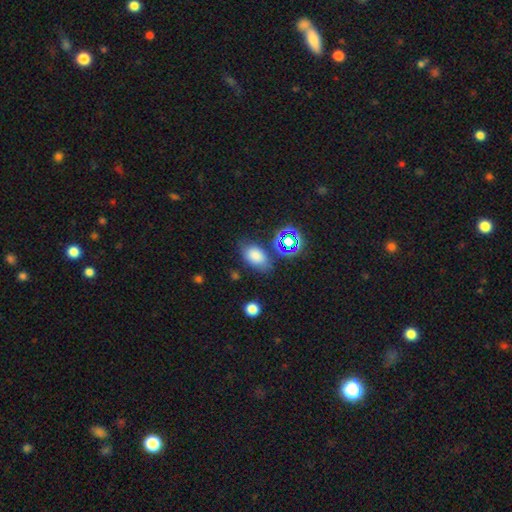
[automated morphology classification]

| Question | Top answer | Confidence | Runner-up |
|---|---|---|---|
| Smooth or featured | smooth | 75% | star or artifact (15%) |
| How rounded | in between | 87% | round (12%) |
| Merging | none | 72% | minor disturbance (17%) |